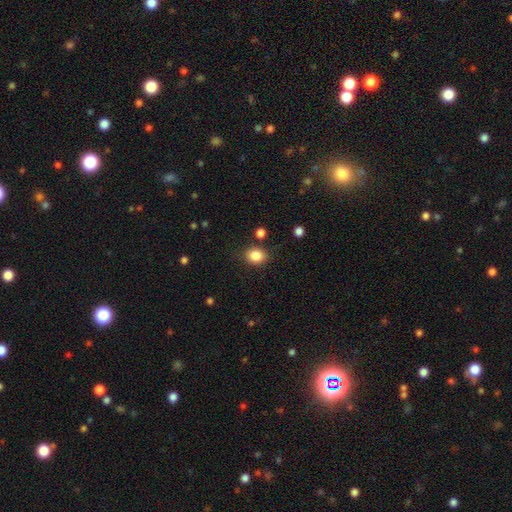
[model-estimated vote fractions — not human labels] This appears to be a smooth galaxy with no disk features (85%) that is round (53%). Merging: none (83%).